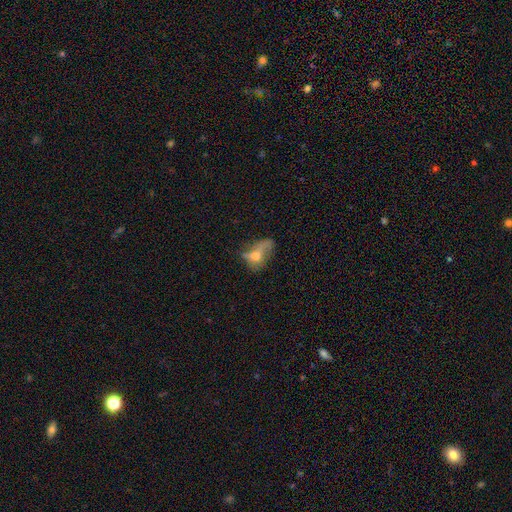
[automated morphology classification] This appears to be a smooth galaxy with no disk features (50%). Merging: major disturbance (40%).